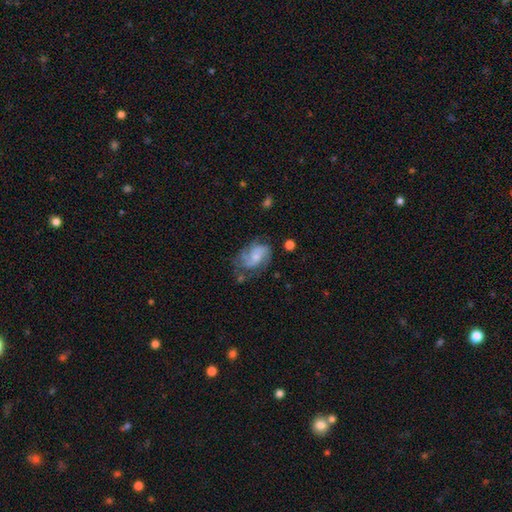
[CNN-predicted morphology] Smooth or featured?
  - featured or disk: 62% *
  - smooth: 30%
  - star or artifact: 8%
Edge-on disk?
  - no: 97% *
  - yes: 3%
Bar?
  - no: 64% *
  - weak: 30%
  - strong: 5%
Spiral arms?
  - yes: 85% *
  - no: 15%
Spiral winding?
  - medium: 47% *
  - loose: 27%
  - tight: 26%
Spiral arm count?
  - 2: 43% *
  - 3: 22%
  - can't tell: 22%
  - 1: 6%
  - 4: 4%
  - more than 4: 3%
Bulge size?
  - small: 38% *
  - moderate: 35%
  - none: 17%
  - large: 8%
  - dominant: 2%
Merging?
  - none: 51% *
  - minor disturbance: 26%
  - major disturbance: 19%
  - merger: 5%